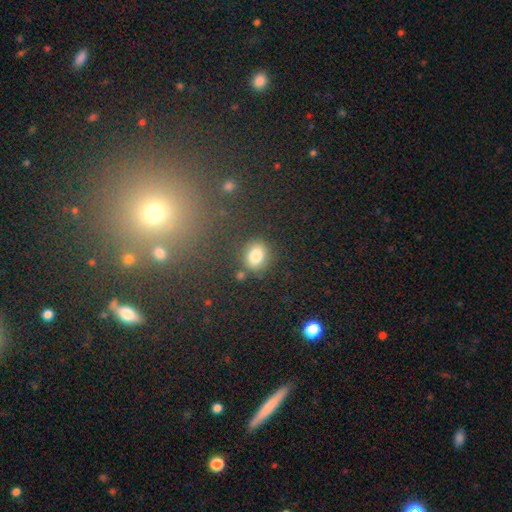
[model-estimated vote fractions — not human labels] A smooth galaxy with no disk features (81%) that is round (57%). Merging: none (77%).